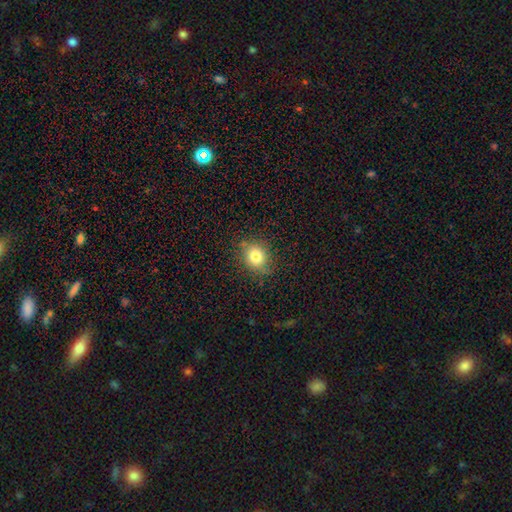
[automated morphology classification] Overall: smooth (79%). How rounded: round (69%; in between 30%). Merging: none (79%).